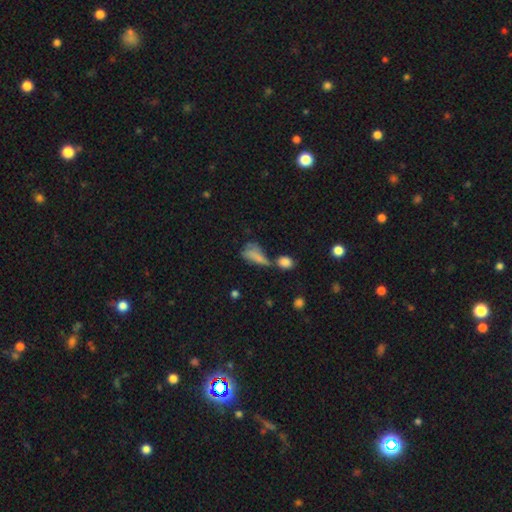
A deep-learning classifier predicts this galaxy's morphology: A smooth galaxy with no disk features (70%) that is in between round and cigar-shaped (72%). Merging: merger (36%).